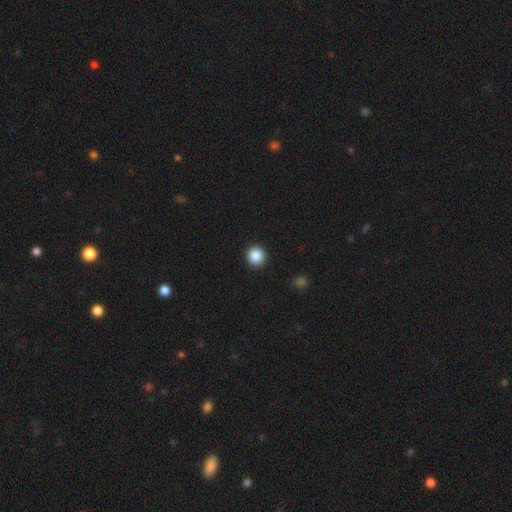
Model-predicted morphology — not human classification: Overall: smooth (87%). How rounded: round (94%). Merging: none (93%).